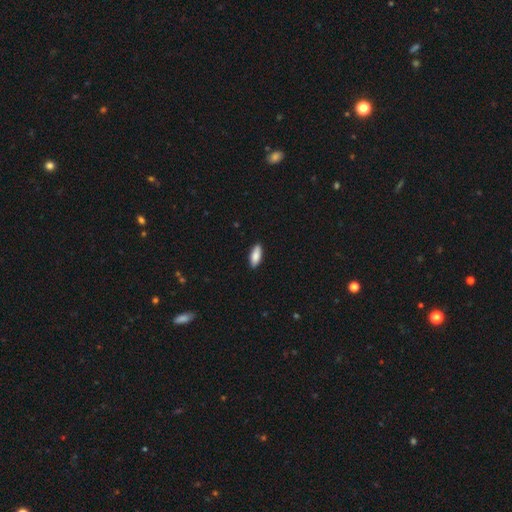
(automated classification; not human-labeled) Q: Smooth or featured?
A: smooth (86%); runner-up: featured or disk (8%)
Q: How rounded?
A: in between (75%); runner-up: cigar-shaped (23%)
Q: Merging?
A: none (88%); runner-up: minor disturbance (9%)